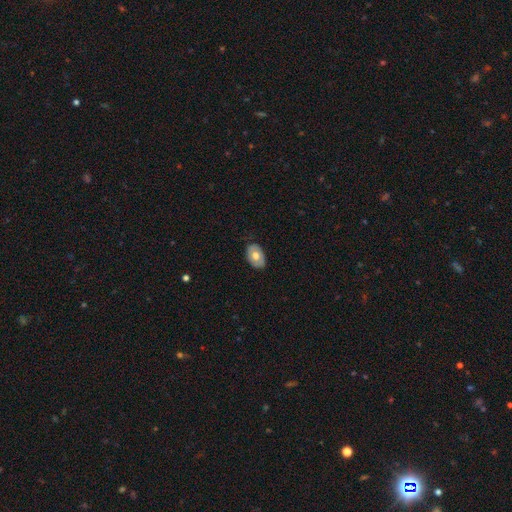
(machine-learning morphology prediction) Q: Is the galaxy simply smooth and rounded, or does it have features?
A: smooth — 58%.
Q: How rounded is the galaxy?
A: in between — 83%.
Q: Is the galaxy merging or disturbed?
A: none — 81%.